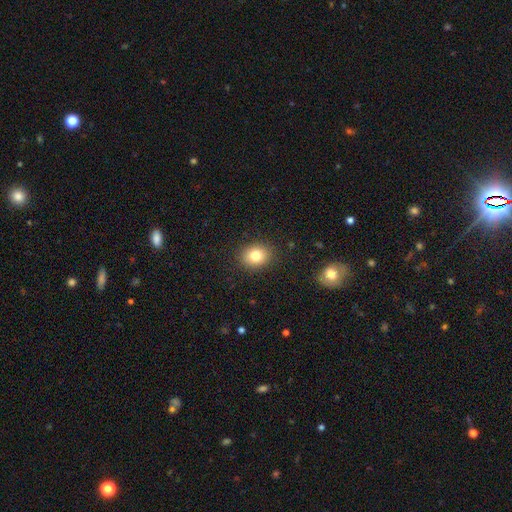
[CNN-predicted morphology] Smooth or featured: smooth — 80% (star or artifact — 11%)
How rounded: round — 59% (in between — 40%)
Merging: none — 89% (minor disturbance — 8%)